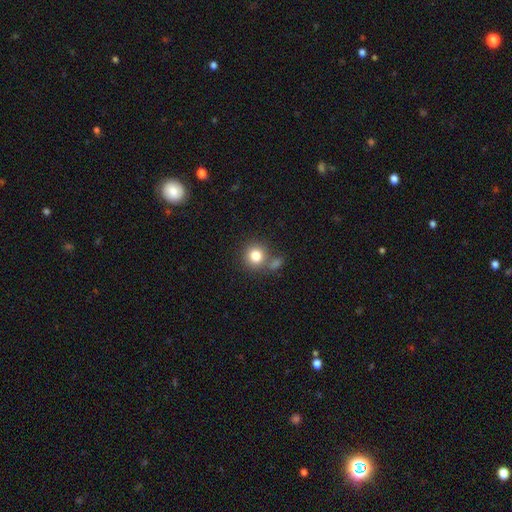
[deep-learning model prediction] A smooth galaxy with no disk features (80%) that is round (89%).

Vote fractions:
- Smooth or featured? smooth: 80% / star or artifact: 11% / featured or disk: 8%
- How rounded? round: 89% / in between: 10% / cigar-shaped: 1%
- Merging? none: 64% / merger: 20% / minor disturbance: 11% / major disturbance: 4%